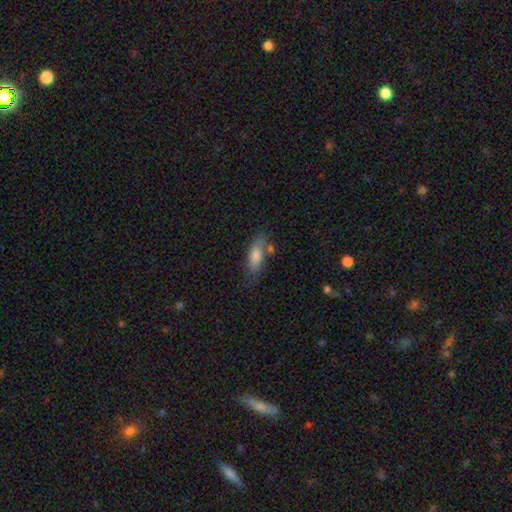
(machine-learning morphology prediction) Overall: smooth (74%). How rounded: in between (65%; cigar-shaped 32%). Merging: none (64%).